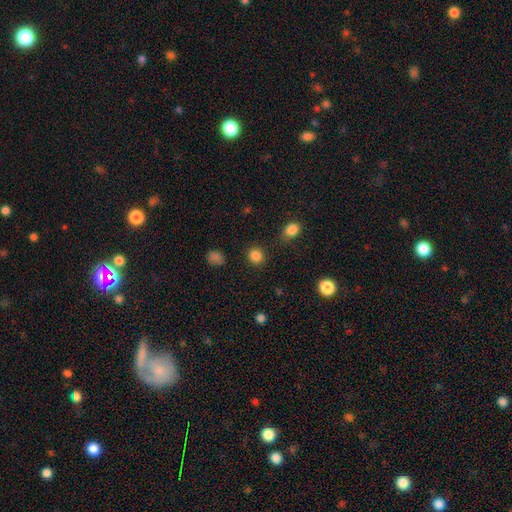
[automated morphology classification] Q: Smooth or featured?
A: smooth (85%); runner-up: star or artifact (11%)
Q: How rounded?
A: round (85%); runner-up: in between (14%)
Q: Merging?
A: none (88%); runner-up: minor disturbance (7%)